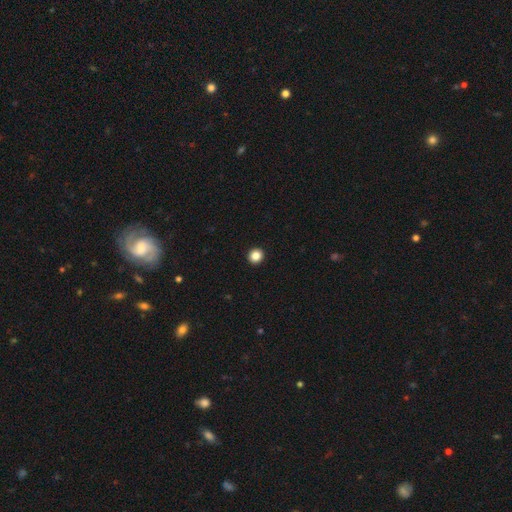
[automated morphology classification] A smooth galaxy with no disk features (86%) that is round (91%).

Vote fractions:
- Smooth or featured? smooth: 86% / star or artifact: 10% / featured or disk: 4%
- How rounded? round: 91% / in between: 8% / cigar-shaped: 1%
- Merging? none: 94% / minor disturbance: 4% / major disturbance: 1% / merger: 1%